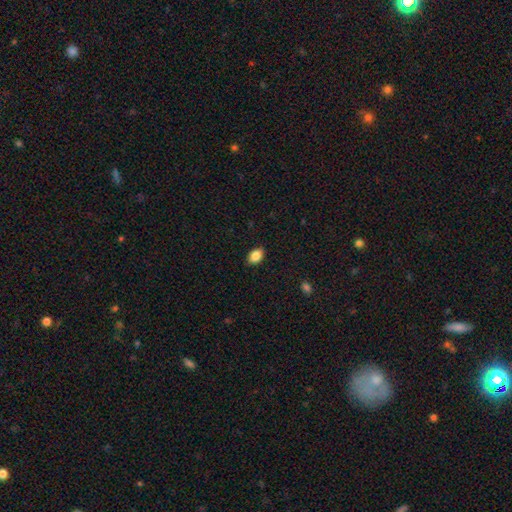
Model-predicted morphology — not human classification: type=smooth (87%); roundness=in between (86%); merging=none (88%).